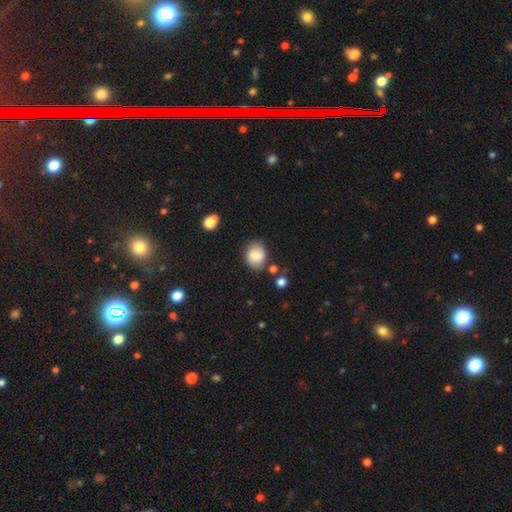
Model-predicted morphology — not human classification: smooth-or-featured: smooth: 81% | featured or disk: 10% | star or artifact: 9%
  how-rounded: round: 56% | in between: 43% | cigar-shaped: 1%
  merging: none: 70% | minor disturbance: 20% | merger: 5% | major disturbance: 5%